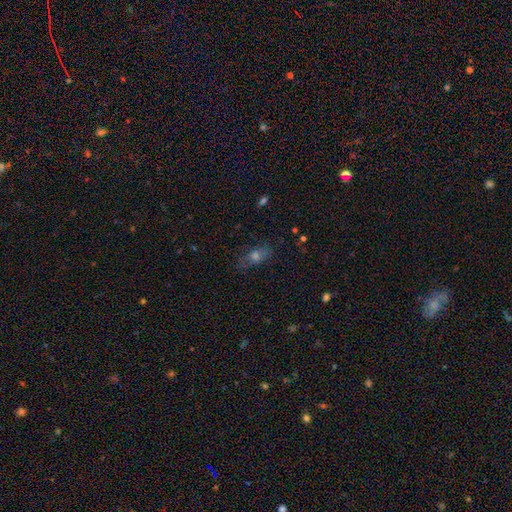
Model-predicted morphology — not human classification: Overall: smooth (46%; featured or disk 29%). Merging: none (75%).